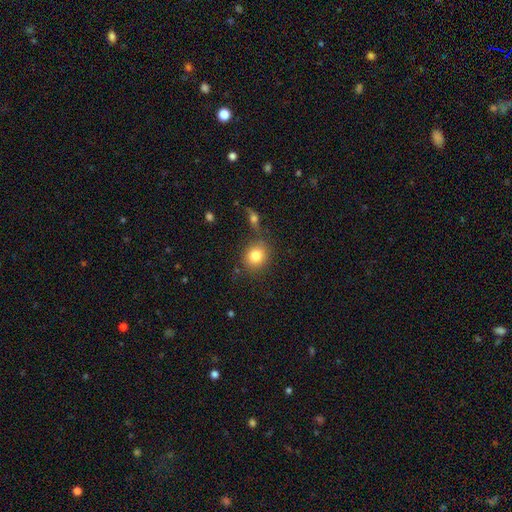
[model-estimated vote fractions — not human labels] Overall: smooth (82%). How rounded: round (76%). Merging: none (75%).